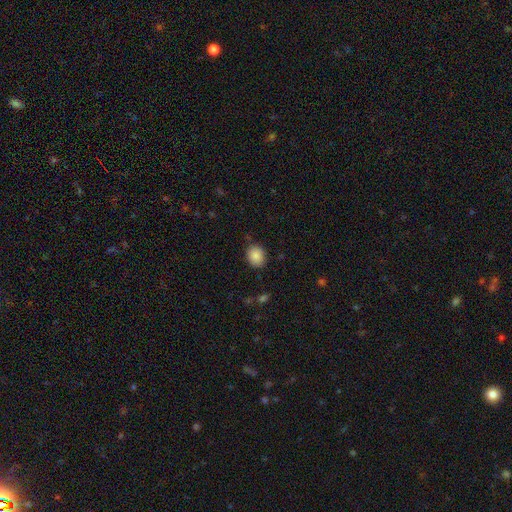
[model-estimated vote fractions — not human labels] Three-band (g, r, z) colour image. It shows a smooth galaxy with no disk features (88%) that is round (59%). Merging: none (83%).